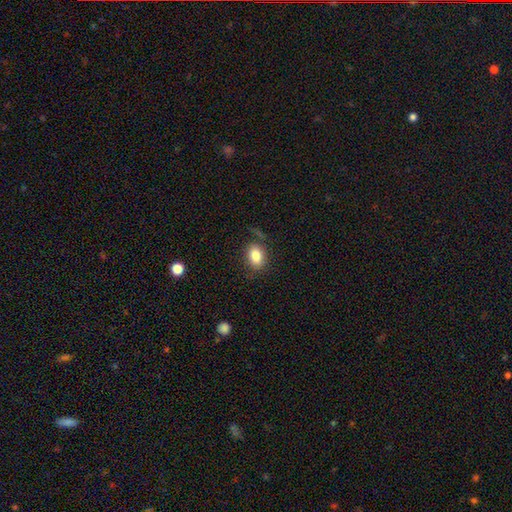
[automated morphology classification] The model was most divided on "how rounded": in between: 75%, round: 24%, cigar-shaped: 1%. More confident: smooth or featured — smooth (83%); merging — none (76%).